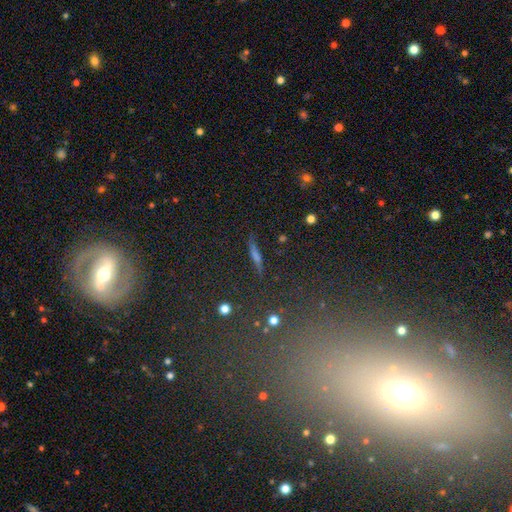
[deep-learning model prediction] A featured or disk galaxy (47%). Merging: none (86%).